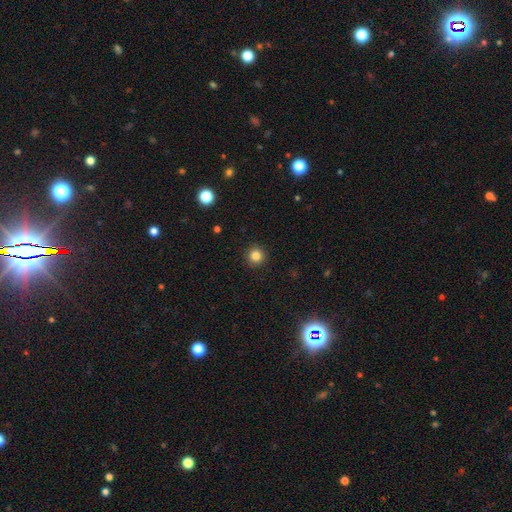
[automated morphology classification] A smooth galaxy with no disk features (84%) that is round (95%). Merging: none (93%).